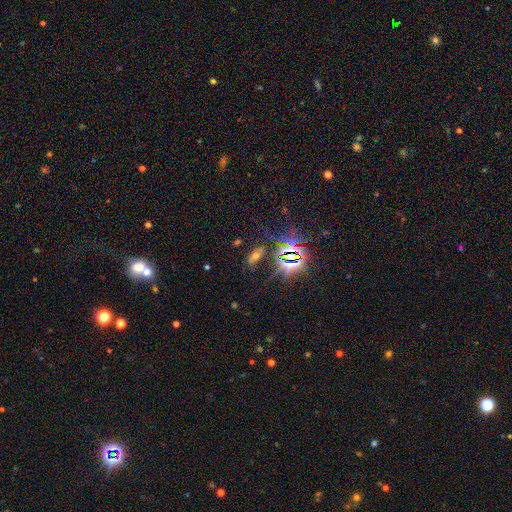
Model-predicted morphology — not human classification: Q: Smooth or featured?
A: star or artifact (46%); runner-up: smooth (33%)